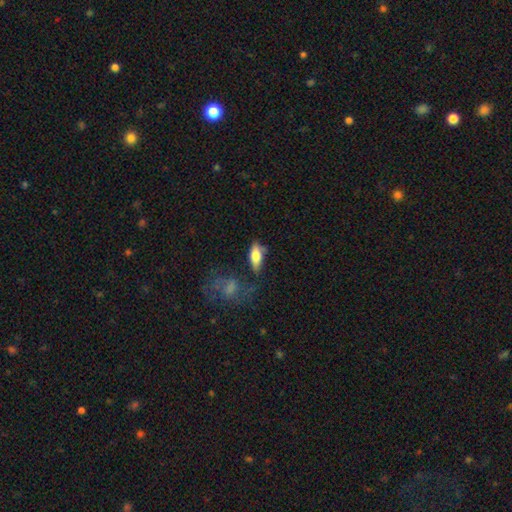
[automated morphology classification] Q: Smooth or featured?
A: smooth (71%); runner-up: featured or disk (21%)
Q: How rounded?
A: in between (76%); runner-up: cigar-shaped (21%)
Q: Merging?
A: none (62%); runner-up: minor disturbance (23%)